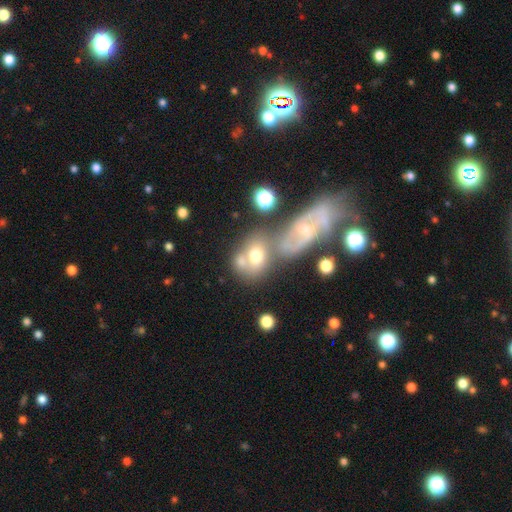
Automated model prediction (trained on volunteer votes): Smooth or featured?
  - smooth: 58% *
  - featured or disk: 30%
  - star or artifact: 12%
How rounded?
  - in between: 52% *
  - round: 46%
  - cigar-shaped: 2%
Merging?
  - merger: 50% *
  - none: 29%
  - minor disturbance: 11%
  - major disturbance: 9%